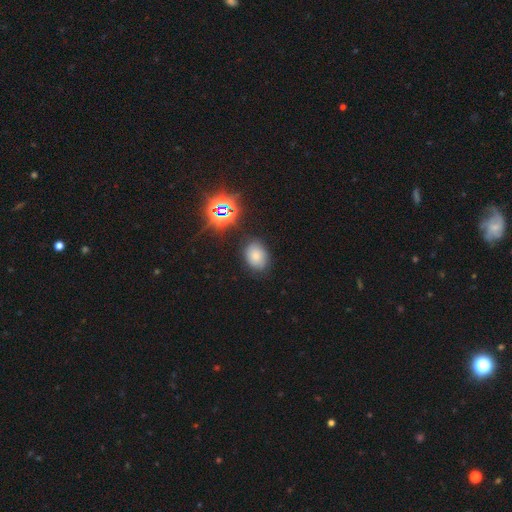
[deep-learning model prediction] Smooth or featured?
  - smooth: 68% *
  - star or artifact: 19%
  - featured or disk: 14%
How rounded?
  - in between: 68% *
  - round: 31%
  - cigar-shaped: 1%
Merging?
  - none: 78% *
  - minor disturbance: 15%
  - major disturbance: 4%
  - merger: 2%